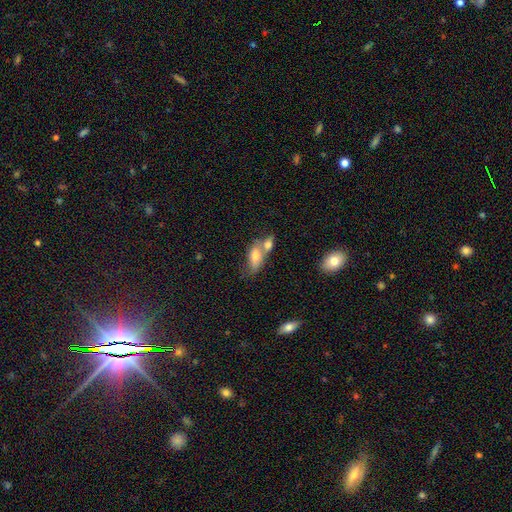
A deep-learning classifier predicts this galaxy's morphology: smooth 69%, featured or disk 23%, star or artifact 8%. Down the decision tree: how rounded — in between (83%); merging — merger (58%).